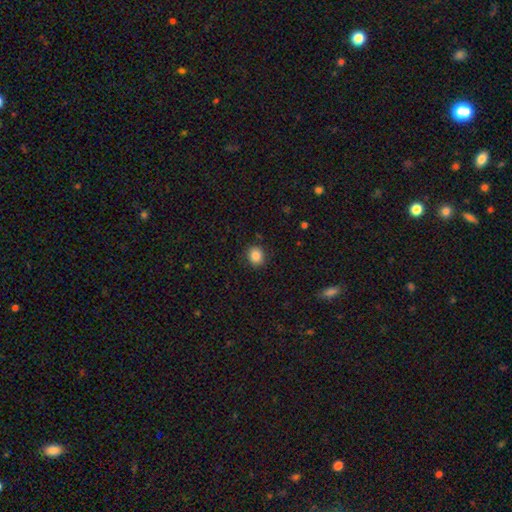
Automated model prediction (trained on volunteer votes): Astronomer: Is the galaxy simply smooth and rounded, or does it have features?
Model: smooth — 86%.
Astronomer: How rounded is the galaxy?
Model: round — 68%.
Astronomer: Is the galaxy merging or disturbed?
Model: none — 88%.